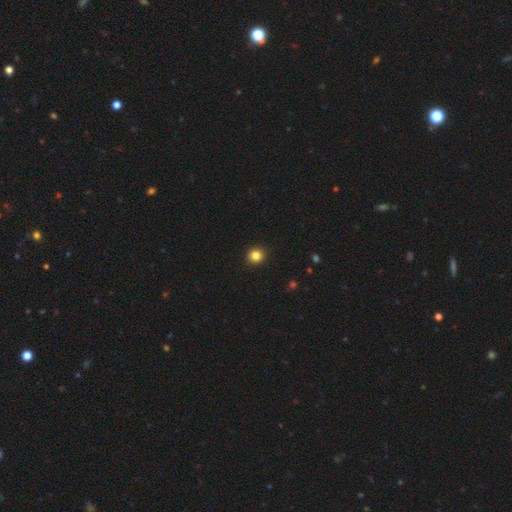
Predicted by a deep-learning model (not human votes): A smooth galaxy with no disk features (84%) that is round (87%).

Vote fractions:
- Smooth or featured? smooth: 84% / star or artifact: 12% / featured or disk: 5%
- How rounded? round: 87% / in between: 12% / cigar-shaped: 1%
- Merging? none: 92% / minor disturbance: 5% / major disturbance: 2% / merger: 1%